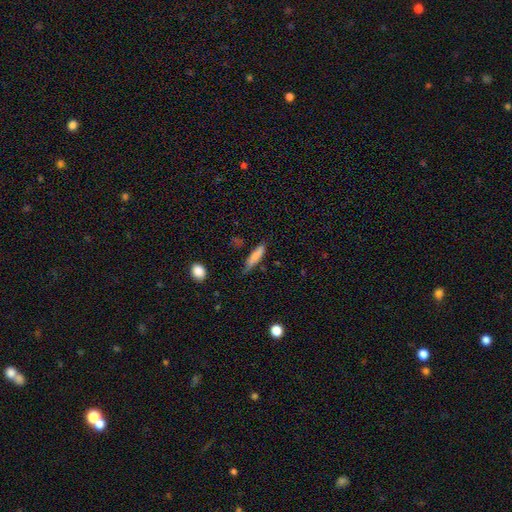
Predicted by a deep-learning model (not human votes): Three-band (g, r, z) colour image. It shows a smooth galaxy with no disk features (77%) that is cigar-shaped (78%). Merging: none (61%).